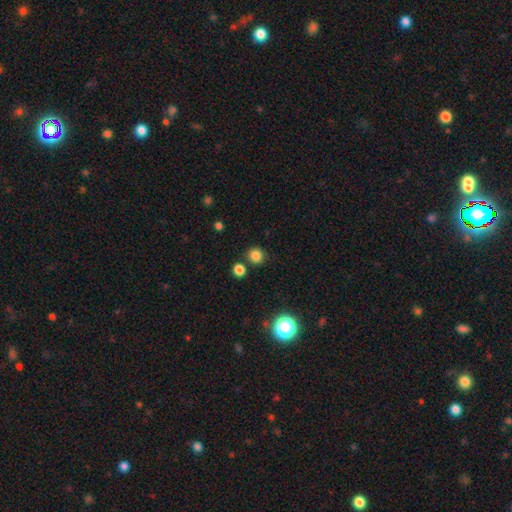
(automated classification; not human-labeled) Smooth or featured: smooth — 82% (star or artifact — 14%)
How rounded: round — 90% (in between — 9%)
Merging: none — 83% (merger — 8%)